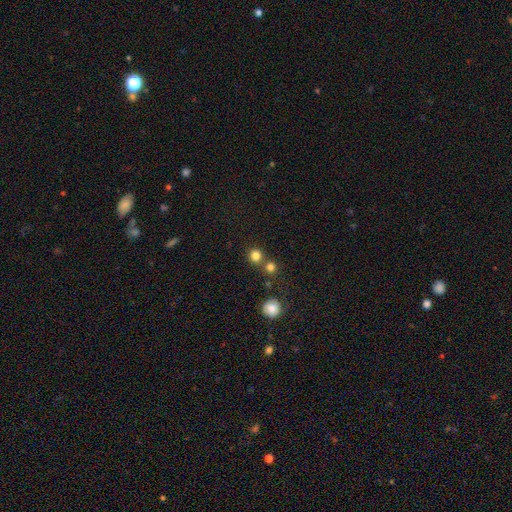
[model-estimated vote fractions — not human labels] The model was most divided on "merging": none: 69%, merger: 21%, minor disturbance: 7%, major disturbance: 3%. More confident: how rounded — round (91%); smooth or featured — smooth (80%).